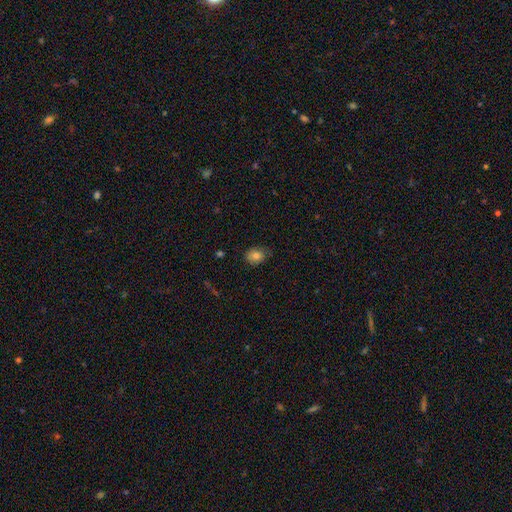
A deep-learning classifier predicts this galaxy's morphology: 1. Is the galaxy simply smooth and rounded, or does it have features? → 82% smooth, 9% star or artifact, 9% featured or disk.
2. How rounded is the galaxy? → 61% in between, 38% round, 1% cigar-shaped.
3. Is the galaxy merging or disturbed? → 73% none, 22% minor disturbance, 4% major disturbance, 1% merger.